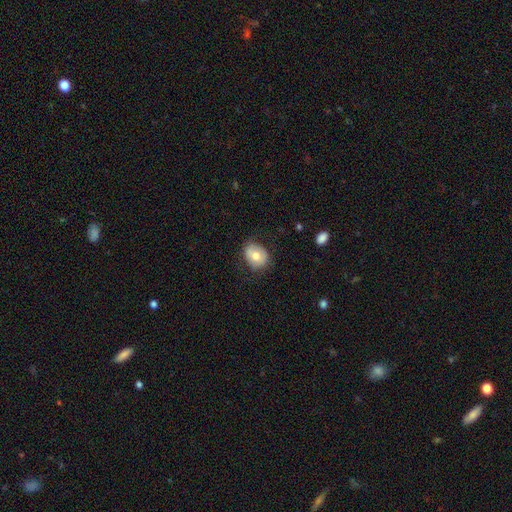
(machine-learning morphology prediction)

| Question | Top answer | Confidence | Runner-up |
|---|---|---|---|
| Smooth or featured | smooth | 70% | featured or disk (23%) |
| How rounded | in between | 53% | round (46%) |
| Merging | none | 74% | minor disturbance (19%) |